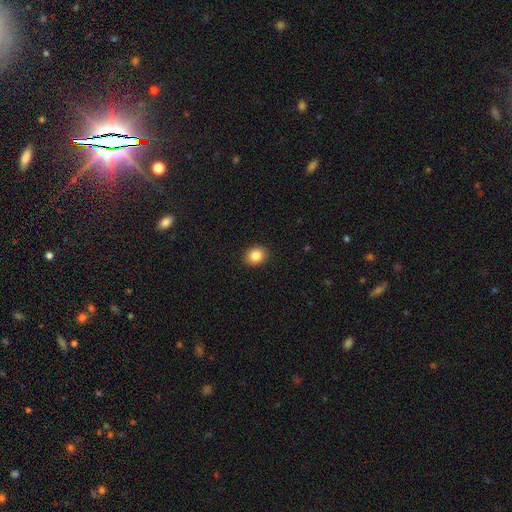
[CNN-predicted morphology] smooth-or-featured: smooth: 85% | star or artifact: 9% | featured or disk: 5%
  how-rounded: round: 61% | in between: 38% | cigar-shaped: 1%
  merging: none: 91% | minor disturbance: 6% | major disturbance: 2% | merger: 1%